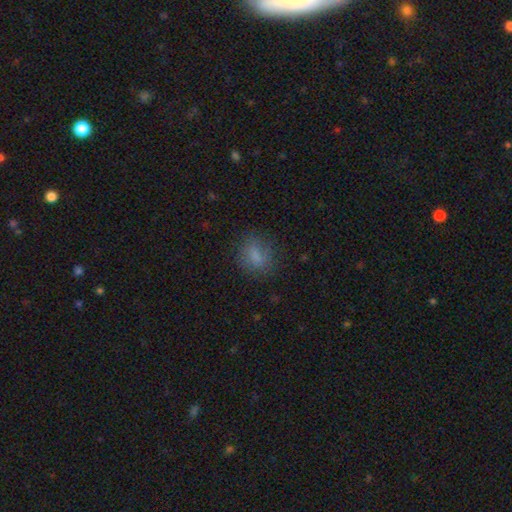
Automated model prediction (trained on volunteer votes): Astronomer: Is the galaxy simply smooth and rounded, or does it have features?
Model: smooth — 78%.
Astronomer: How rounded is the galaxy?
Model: in between — 51% (runner-up: round, 47%).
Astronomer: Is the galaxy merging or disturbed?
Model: none — 73%.